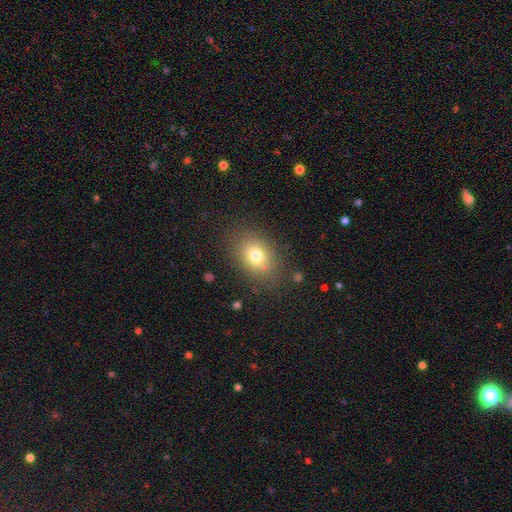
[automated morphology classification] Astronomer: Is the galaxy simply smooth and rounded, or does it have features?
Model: smooth — 75%.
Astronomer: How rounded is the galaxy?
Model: in between — 62% (runner-up: round, 37%).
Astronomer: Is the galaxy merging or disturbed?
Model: none — 82%.